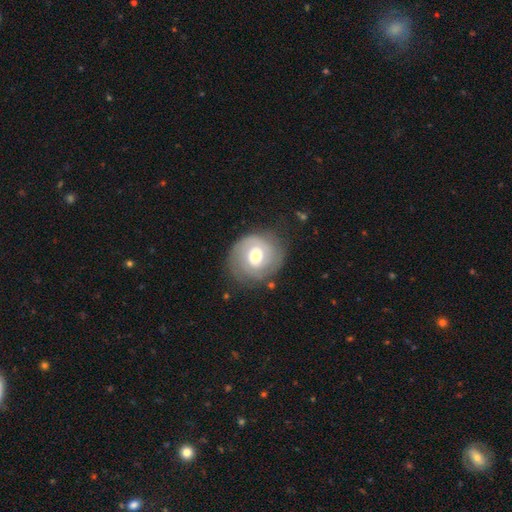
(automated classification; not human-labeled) Smooth or featured?
  - featured or disk: 66% *
  - smooth: 28%
  - star or artifact: 6%
Edge-on disk?
  - no: 97% *
  - yes: 3%
Bar?
  - no: 66% *
  - weak: 28%
  - strong: 6%
Spiral arms?
  - yes: 81% *
  - no: 19%
Spiral winding?
  - tight: 66% *
  - medium: 24%
  - loose: 10%
Spiral arm count?
  - 2: 49% *
  - can't tell: 29%
  - 1: 10%
  - 3: 7%
  - 4: 3%
  - more than 4: 2%
Bulge size?
  - moderate: 64% *
  - small: 25%
  - large: 8%
  - dominant: 1%
  - none: 1%
Merging?
  - none: 74% *
  - minor disturbance: 16%
  - major disturbance: 8%
  - merger: 2%